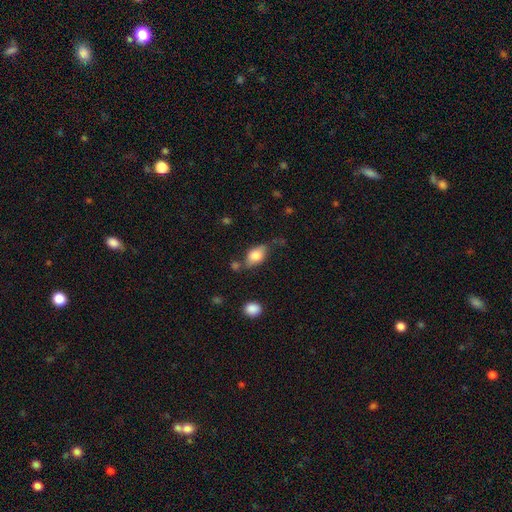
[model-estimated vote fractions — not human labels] smooth-or-featured: smooth: 70% | featured or disk: 22% | star or artifact: 8%
  how-rounded: in between: 82% | round: 13% | cigar-shaped: 5%
  merging: none: 57% | minor disturbance: 25% | major disturbance: 10% | merger: 9%